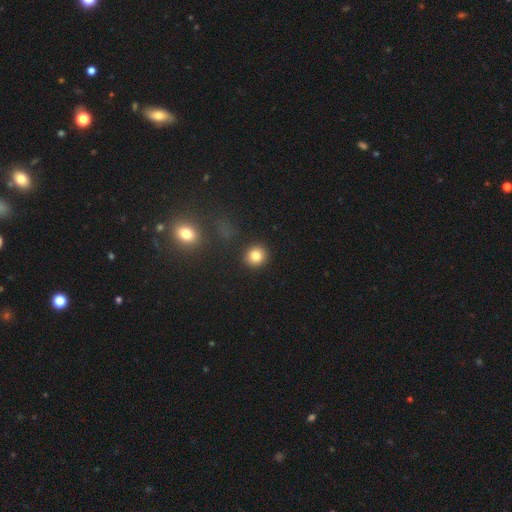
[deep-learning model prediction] Smooth or featured? smooth (82%)
How rounded? round (87%)
Merging? none (90%)